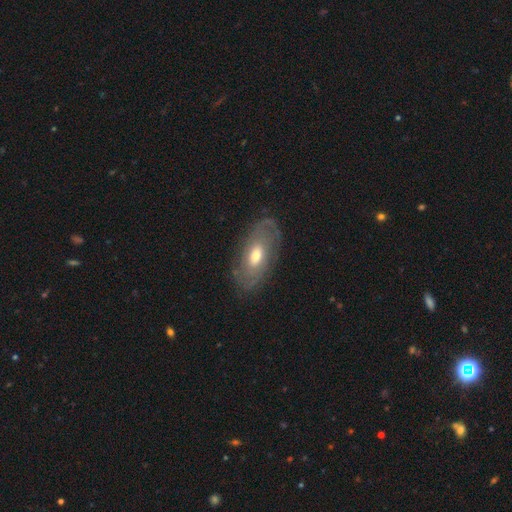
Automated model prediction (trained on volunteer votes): The model was most divided on "smooth or featured": featured or disk: 64%, smooth: 29%, star or artifact: 7%. More confident: edge-on disk — no (89%); merging — none (77%); spiral arms — yes (70%); bulge size — moderate (69%); bar — no (67%).